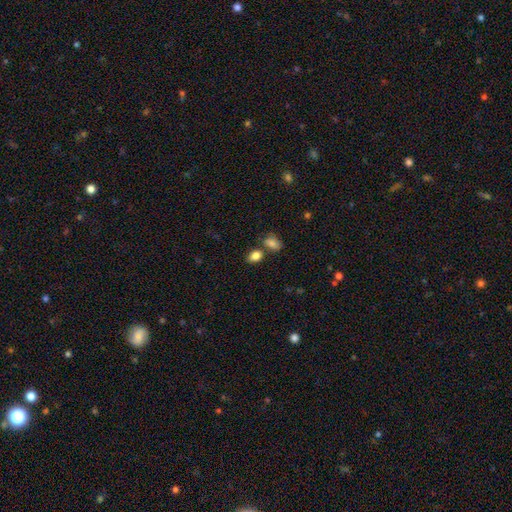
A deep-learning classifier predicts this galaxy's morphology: smooth_or_featured: smooth (p=0.85) [alt: star or artifact p=0.09]
how_rounded: in between (p=0.78) [alt: round p=0.20]
merging: none (p=0.63) [alt: merger p=0.20]